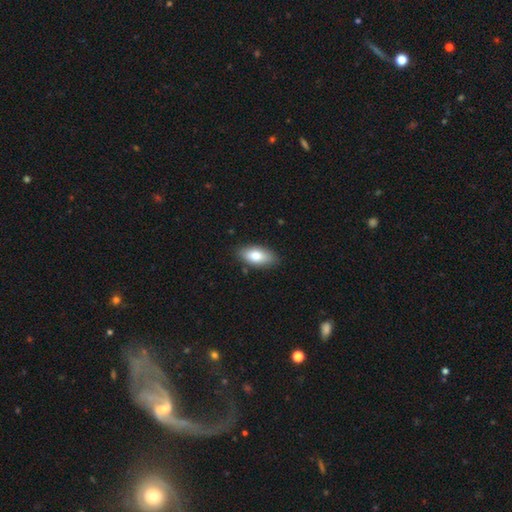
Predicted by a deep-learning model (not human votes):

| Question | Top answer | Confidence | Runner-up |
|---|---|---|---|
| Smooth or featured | smooth | 80% | featured or disk (13%) |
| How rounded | in between | 90% | cigar-shaped (7%) |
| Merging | none | 85% | minor disturbance (11%) |